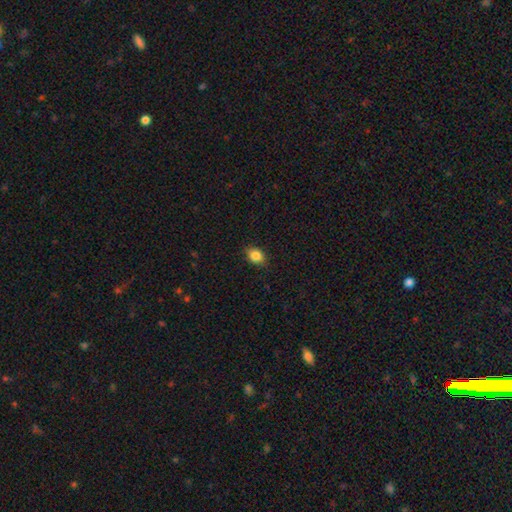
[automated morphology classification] This is clearly a smooth galaxy (84%). How rounded: possibly in between (57%). Merging: clearly none (82%).